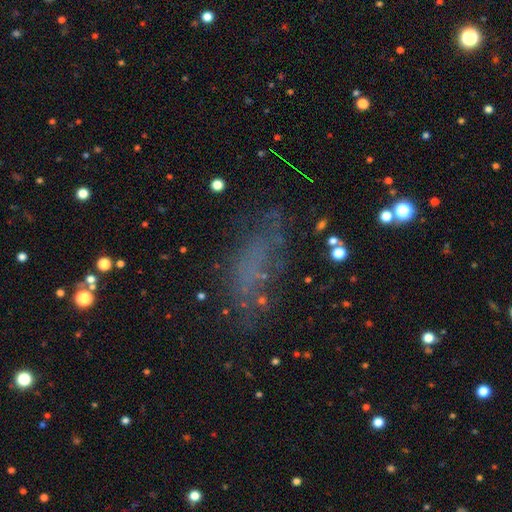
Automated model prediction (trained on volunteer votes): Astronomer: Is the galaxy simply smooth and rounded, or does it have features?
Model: smooth — 49% (runner-up: featured or disk, 28%).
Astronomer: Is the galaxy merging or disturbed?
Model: none — 58%.